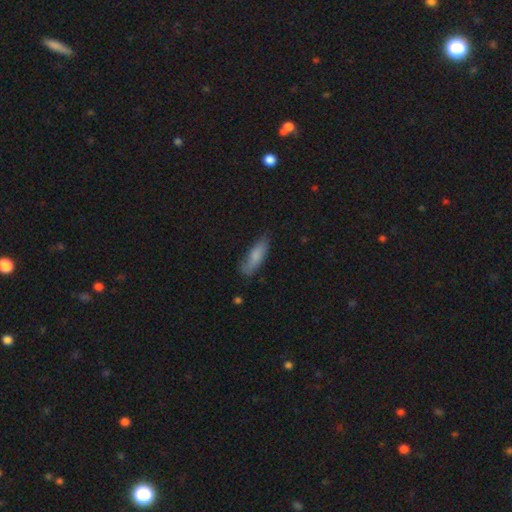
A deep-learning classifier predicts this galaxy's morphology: smooth 77%, featured or disk 16%, star or artifact 7%. Down the decision tree: how rounded — in between (51%); merging — none (65%).